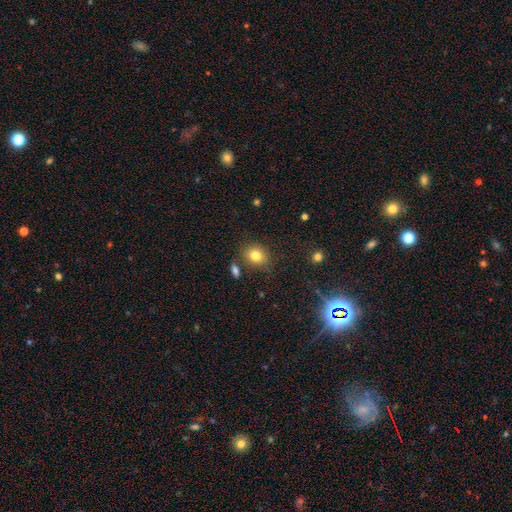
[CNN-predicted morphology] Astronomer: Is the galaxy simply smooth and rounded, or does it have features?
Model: smooth — 80%.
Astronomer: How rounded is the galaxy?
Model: round — 62%.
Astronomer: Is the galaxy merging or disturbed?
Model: none — 76%.